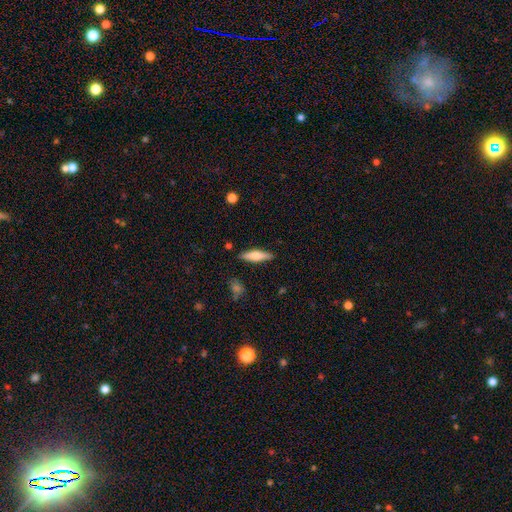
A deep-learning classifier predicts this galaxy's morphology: Smooth or featured: smooth — 63% (featured or disk — 31%)
How rounded: cigar-shaped — 64% (in between — 34%)
Merging: none — 87% (minor disturbance — 10%)